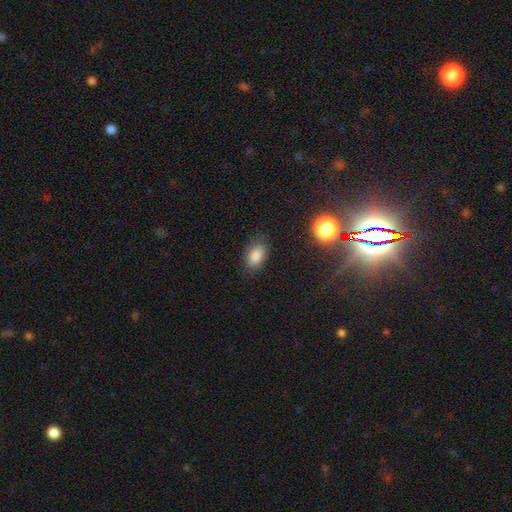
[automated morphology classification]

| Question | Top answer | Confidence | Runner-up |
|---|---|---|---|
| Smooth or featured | smooth | 84% | star or artifact (10%) |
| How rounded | in between | 88% | round (11%) |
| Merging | none | 78% | minor disturbance (16%) |